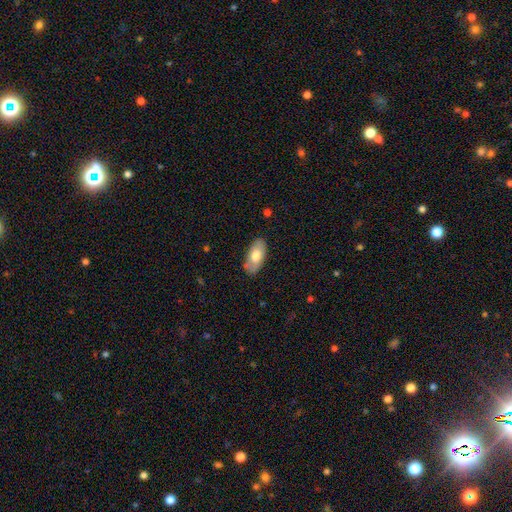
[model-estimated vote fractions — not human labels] smooth_or_featured: smooth (p=0.67) [alt: featured or disk p=0.27]
how_rounded: in between (p=0.93) [alt: cigar-shaped p=0.05]
merging: none (p=0.80) [alt: minor disturbance p=0.15]